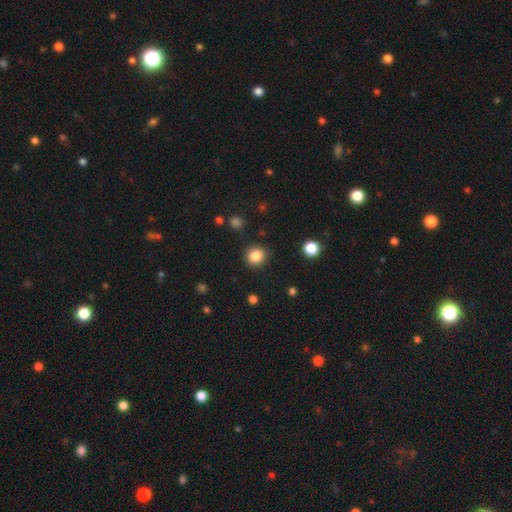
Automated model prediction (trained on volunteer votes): Smooth or featured: smooth — 84% (star or artifact — 11%)
How rounded: round — 86% (in between — 13%)
Merging: none — 88% (minor disturbance — 8%)